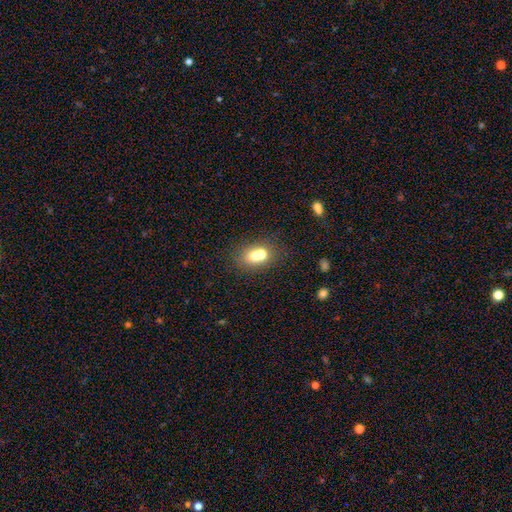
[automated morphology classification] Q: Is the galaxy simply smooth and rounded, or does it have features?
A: smooth — 66%.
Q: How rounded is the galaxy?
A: in between — 50%.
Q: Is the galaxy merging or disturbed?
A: merger — 54%.